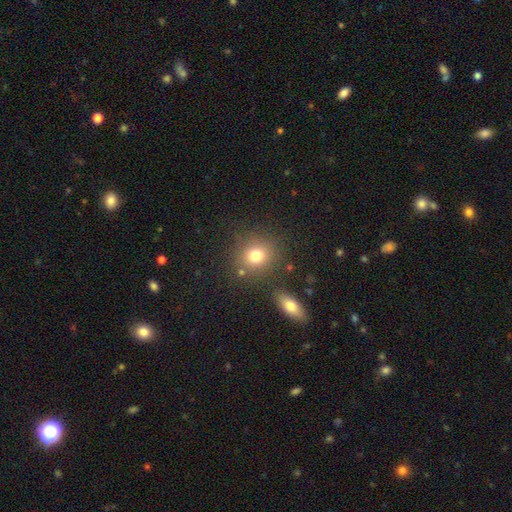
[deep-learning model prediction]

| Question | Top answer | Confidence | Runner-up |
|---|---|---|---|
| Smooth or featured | smooth | 77% | star or artifact (13%) |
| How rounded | round | 79% | in between (20%) |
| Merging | none | 78% | minor disturbance (10%) |